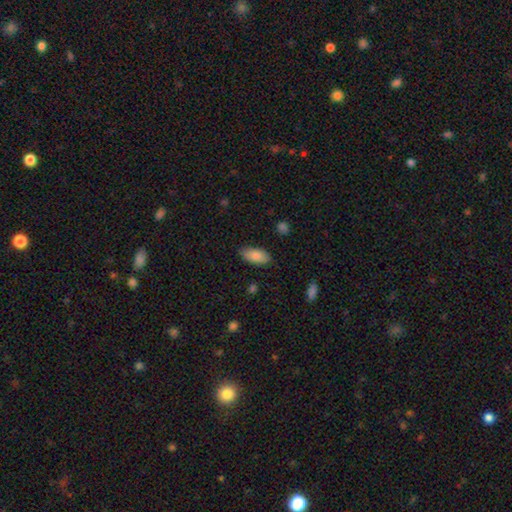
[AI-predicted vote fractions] Smooth or featured? Predicted: smooth (p=0.86). How rounded? Predicted: in between (p=0.91). Merging? Predicted: none (p=0.85).